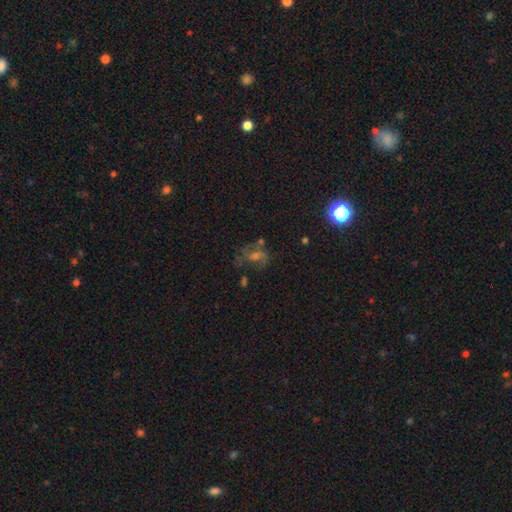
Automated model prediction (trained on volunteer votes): Overall: featured or disk (47%; star or artifact 30%). Merging: none (52%; major disturbance 22%).